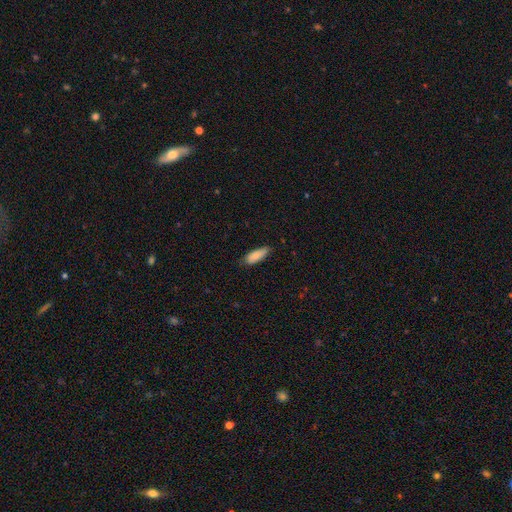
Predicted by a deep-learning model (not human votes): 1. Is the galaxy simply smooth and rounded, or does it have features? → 85% smooth, 9% featured or disk, 6% star or artifact.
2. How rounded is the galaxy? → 71% in between, 28% cigar-shaped, 2% round.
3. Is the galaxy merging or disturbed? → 75% none, 21% minor disturbance, 3% major disturbance, 1% merger.